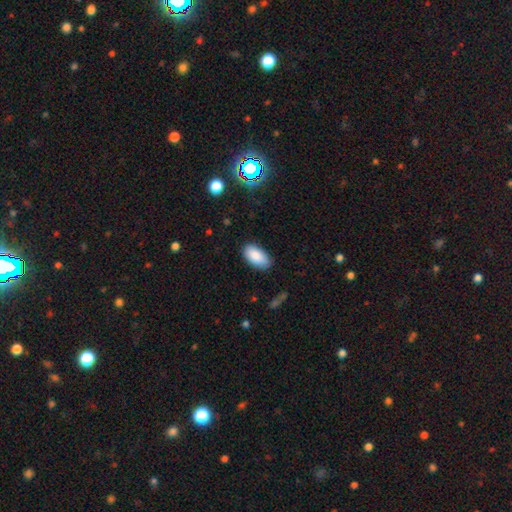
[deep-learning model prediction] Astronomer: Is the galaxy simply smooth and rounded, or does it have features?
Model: smooth — 87%.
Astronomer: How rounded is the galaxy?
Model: in between — 95%.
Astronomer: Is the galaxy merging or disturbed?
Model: none — 81%.